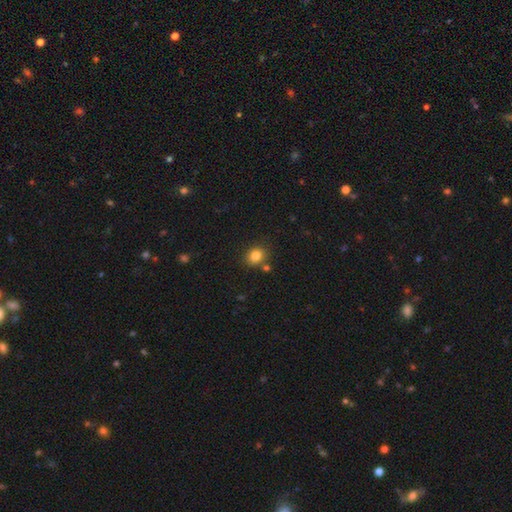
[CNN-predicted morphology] A smooth galaxy with no disk features (82%) that is round (67%). Merging: none (79%).